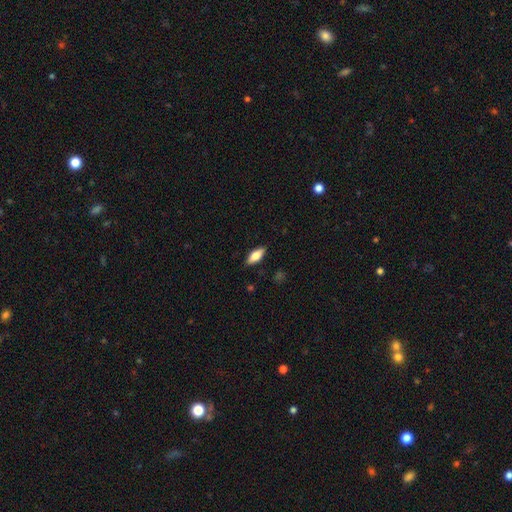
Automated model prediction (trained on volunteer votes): This is likely a smooth galaxy (74%). How rounded: likely in between (77%). Merging: clearly none (87%).